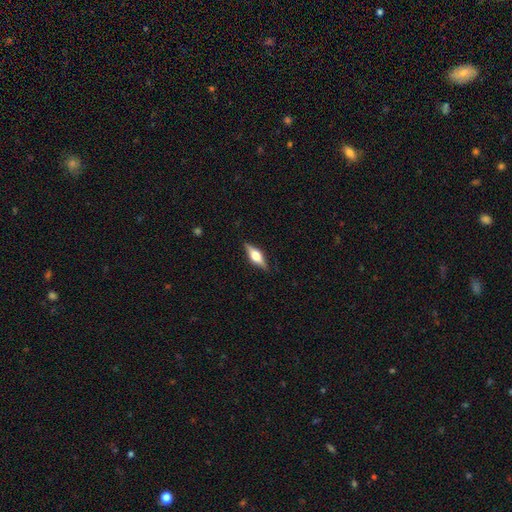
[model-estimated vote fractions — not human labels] This is likely a featured or disk galaxy (64%). It is clearly viewed edge-on (96%). Edge-on bulge: clearly rounded (92%). Merging: clearly none (87%).